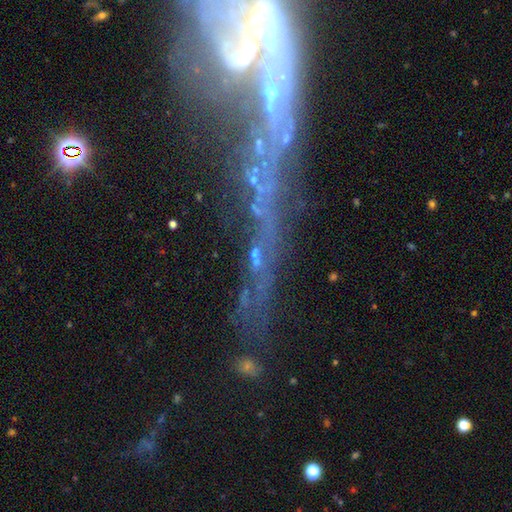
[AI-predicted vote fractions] Smooth or featured? Predicted: featured or disk (p=0.51). Edge-on disk? Predicted: no (p=0.73). Merging? Predicted: none (p=0.35).